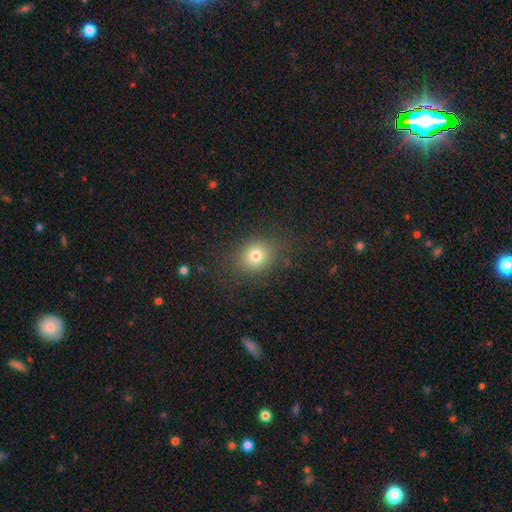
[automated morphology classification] This appears to be a smooth galaxy with no disk features (77%) that is round (68%). Merging: none (82%).